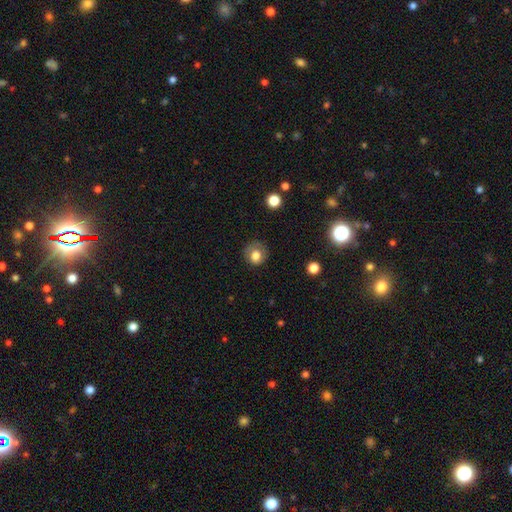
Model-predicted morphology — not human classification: Overall: smooth (76%). How rounded: round (83%). Merging: none (70%).